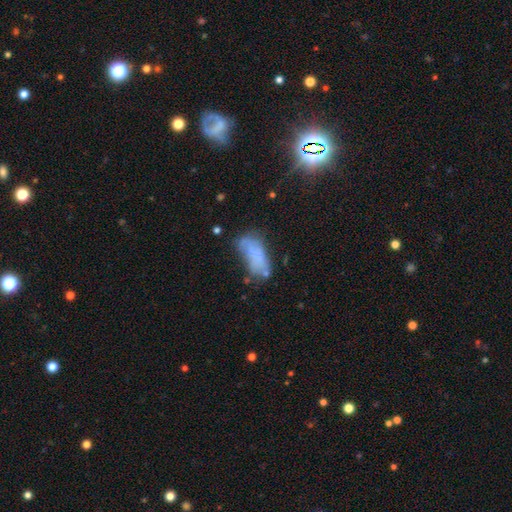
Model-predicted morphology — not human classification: smooth-or-featured: smooth: 61% | featured or disk: 26% | star or artifact: 14%
  how-rounded: in between: 82% | cigar-shaped: 15% | round: 3%
  merging: none: 38% | minor disturbance: 31% | major disturbance: 23% | merger: 8%